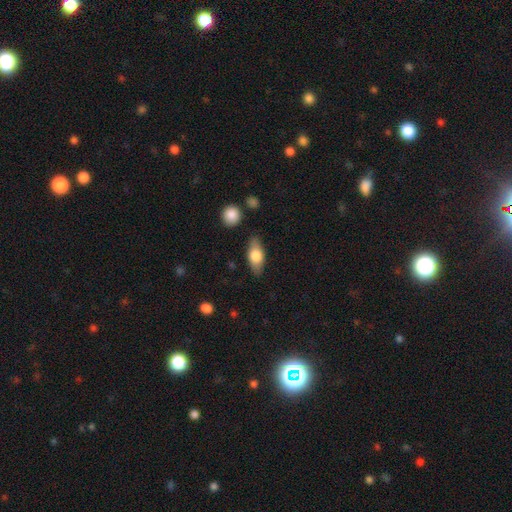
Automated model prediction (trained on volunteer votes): smooth_or_featured: smooth (p=0.67) [alt: featured or disk p=0.27]
how_rounded: in between (p=0.81) [alt: cigar-shaped p=0.14]
merging: none (p=0.82) [alt: minor disturbance p=0.13]